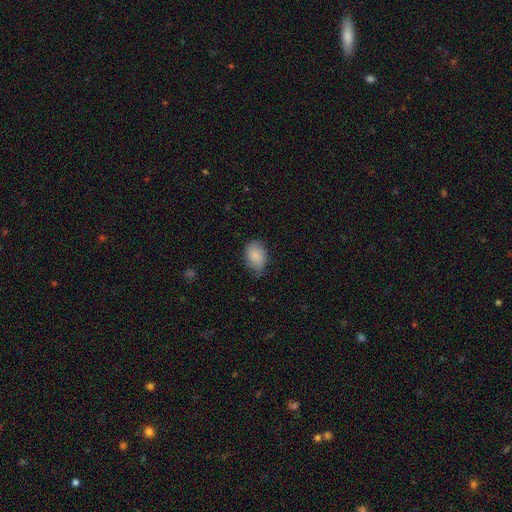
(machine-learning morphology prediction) Overall: smooth (86%). How rounded: in between (77%). Merging: none (66%; minor disturbance 28%).